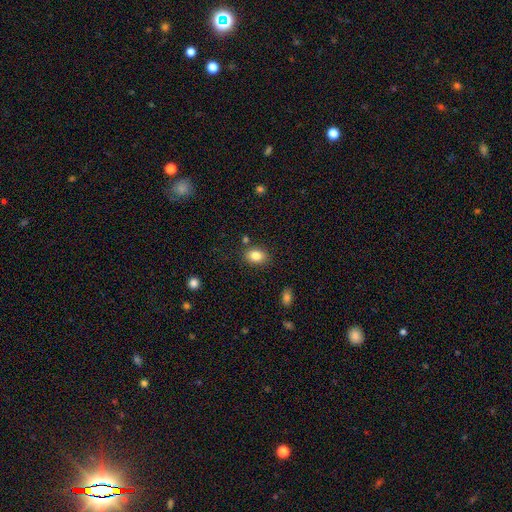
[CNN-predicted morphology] Smooth or featured? Predicted: smooth (p=0.84). How rounded? Predicted: in between (p=0.69). Merging? Predicted: none (p=0.82).